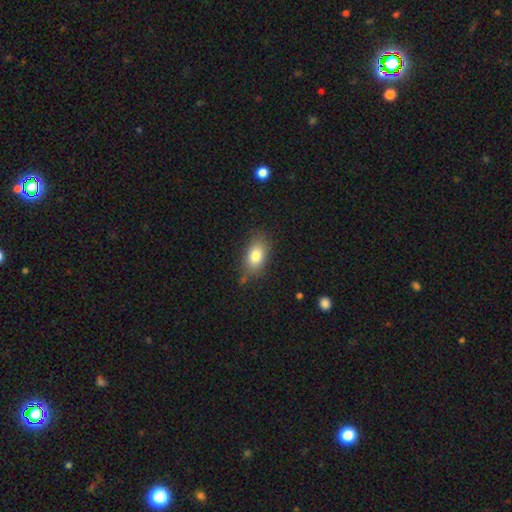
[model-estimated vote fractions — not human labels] A smooth galaxy with no disk features (81%) that is in between round and cigar-shaped (87%). Merging: none (76%).